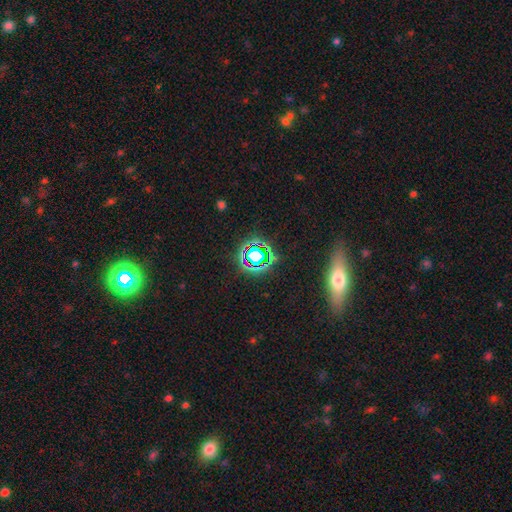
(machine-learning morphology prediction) A star or artifact, not a galaxy (67%).